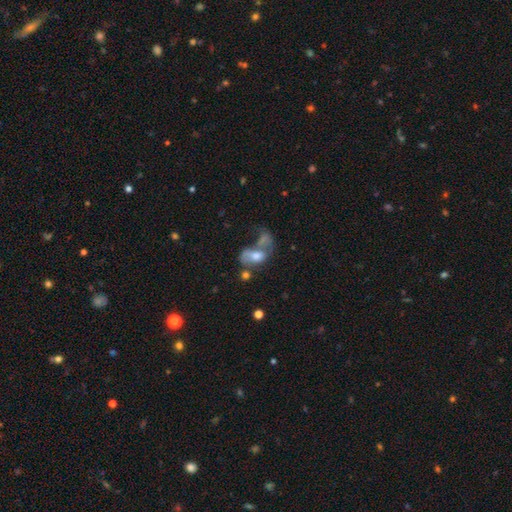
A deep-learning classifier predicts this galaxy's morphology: Q: Smooth or featured?
A: smooth (52%); runner-up: featured or disk (37%)
Q: How rounded?
A: in between (84%); runner-up: round (14%)
Q: Merging?
A: merger (52%); runner-up: major disturbance (24%)